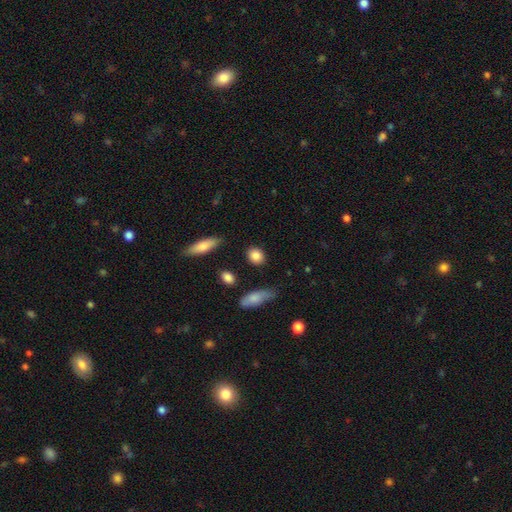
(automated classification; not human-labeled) The model was most divided on "how rounded": round: 58%, in between: 39%, cigar-shaped: 4%. More confident: smooth or featured — smooth (86%); merging — none (86%).